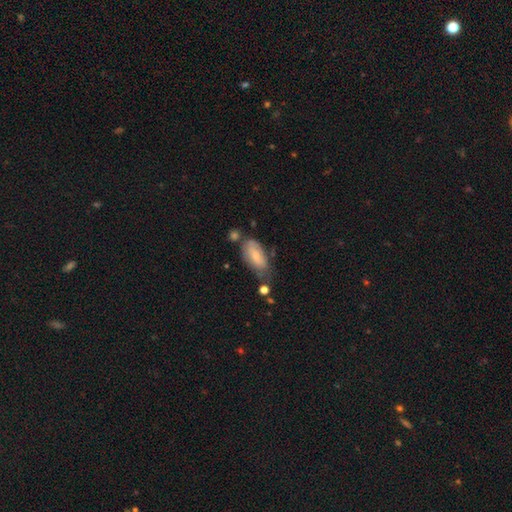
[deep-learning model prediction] smooth 62%, featured or disk 31%, star or artifact 7%. Down the decision tree: how rounded — in between (86%); merging — none (46%).